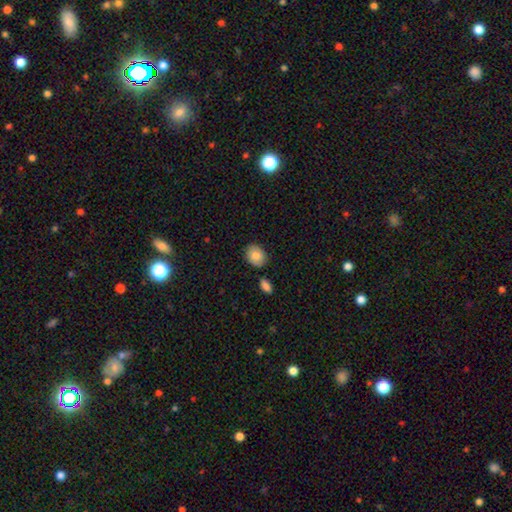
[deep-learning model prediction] A smooth galaxy with no disk features (85%) that is in between round and cigar-shaped (58%).

Vote fractions:
- Smooth or featured? smooth: 85% / featured or disk: 7% / star or artifact: 7%
- How rounded? in between: 58% / round: 41% / cigar-shaped: 1%
- Merging? none: 83% / minor disturbance: 10% / merger: 4% / major disturbance: 2%